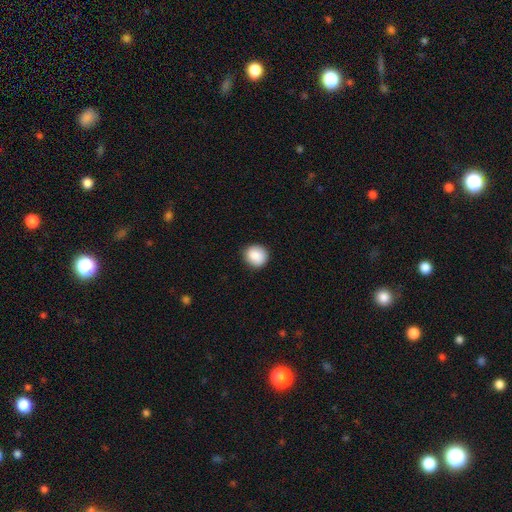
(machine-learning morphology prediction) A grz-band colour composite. It shows a smooth galaxy with no disk features (88%) that is round (86%). Merging: none (89%).